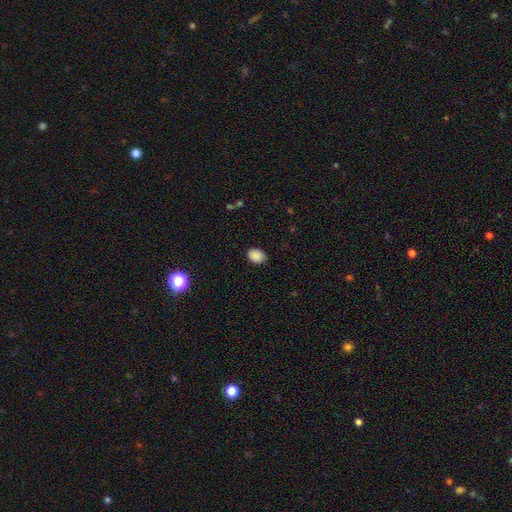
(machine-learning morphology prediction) A smooth galaxy with no disk features (87%) that is in between round and cigar-shaped (67%). Merging: none (80%).